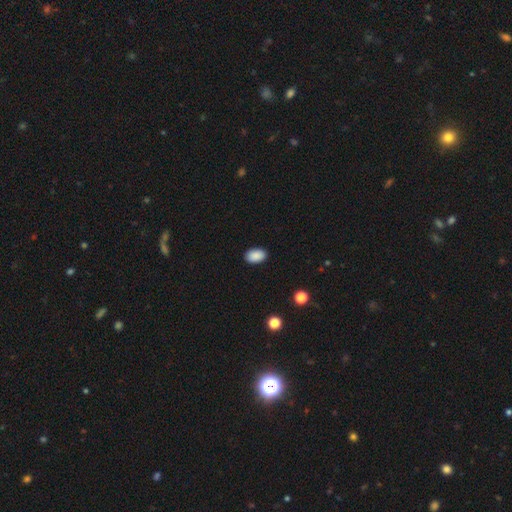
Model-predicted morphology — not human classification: Q: Smooth or featured?
A: smooth (89%); runner-up: star or artifact (8%)
Q: How rounded?
A: in between (90%); runner-up: round (8%)
Q: Merging?
A: none (90%); runner-up: minor disturbance (8%)